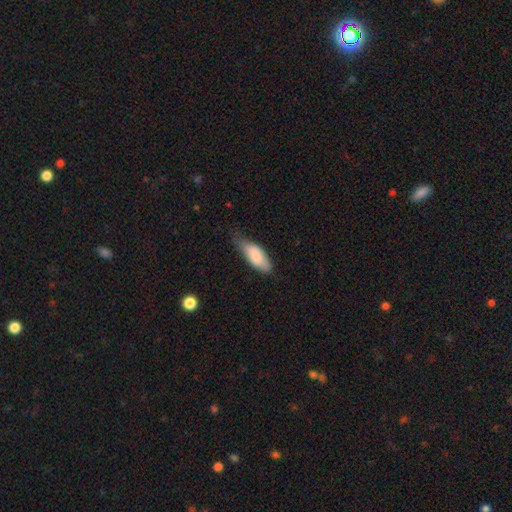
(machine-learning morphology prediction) A smooth galaxy with no disk features (81%) that is in between round and cigar-shaped (75%).

Vote fractions:
- Smooth or featured? smooth: 81% / featured or disk: 13% / star or artifact: 6%
- How rounded? in between: 75% / cigar-shaped: 23% / round: 2%
- Merging? minor disturbance: 45% / none: 42% / major disturbance: 11% / merger: 2%